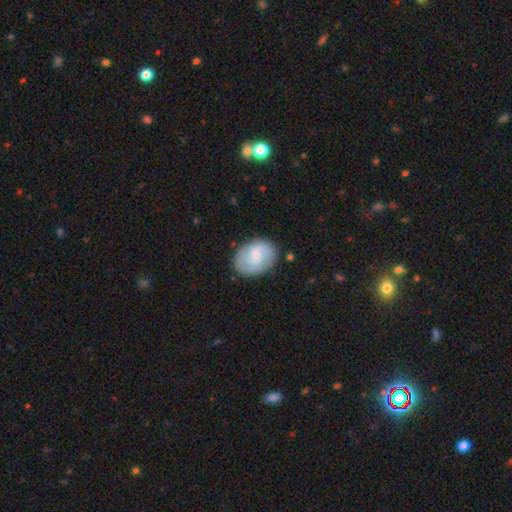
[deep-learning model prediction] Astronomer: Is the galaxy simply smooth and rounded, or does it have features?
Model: featured or disk — 65%.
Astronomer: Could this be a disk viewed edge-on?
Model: no — 98%.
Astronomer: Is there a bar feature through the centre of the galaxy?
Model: weak — 49% (runner-up: no, 45%).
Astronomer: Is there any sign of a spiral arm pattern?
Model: yes — 90%.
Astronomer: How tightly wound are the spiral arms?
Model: medium — 47% (runner-up: tight, 31%).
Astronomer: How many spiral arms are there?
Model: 2 — 75%.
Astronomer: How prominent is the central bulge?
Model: small — 63%.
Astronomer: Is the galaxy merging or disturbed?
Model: none — 79%.